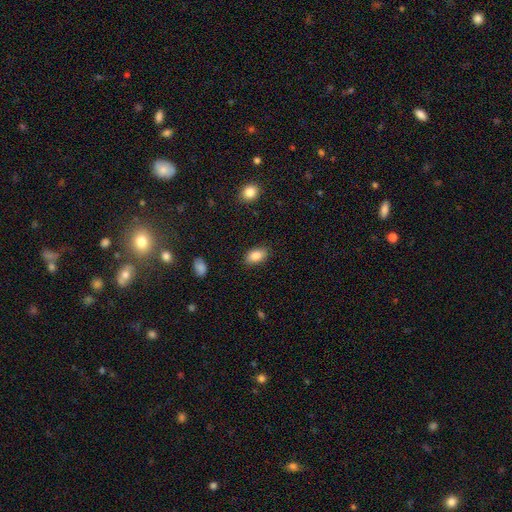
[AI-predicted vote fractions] Smooth or featured? smooth (85%)
How rounded? in between (90%)
Merging? none (86%)